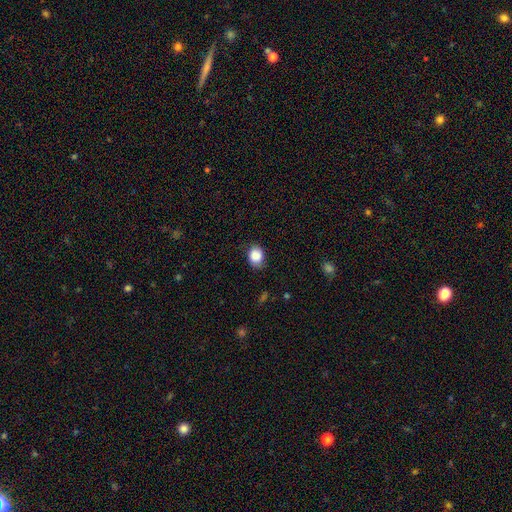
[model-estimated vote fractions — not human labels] smooth_or_featured: smooth (p=0.87) [alt: star or artifact p=0.08]
how_rounded: in between (p=0.56) [alt: round p=0.43]
merging: none (p=0.72) [alt: minor disturbance p=0.22]